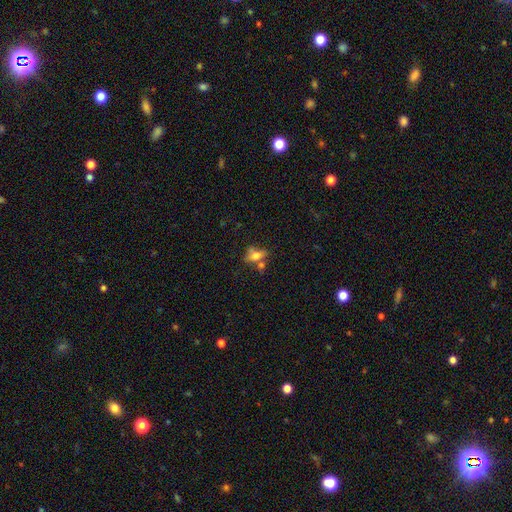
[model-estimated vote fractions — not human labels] The model was most divided on "merging": none: 43%, merger: 30%, minor disturbance: 17%, major disturbance: 10%. More confident: how rounded — in between (73%); smooth or featured — smooth (61%).